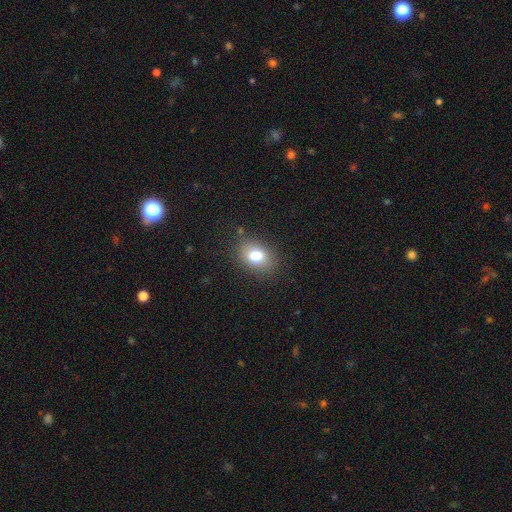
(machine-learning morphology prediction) smooth 78%, featured or disk 12%, star or artifact 11%. Down the decision tree: how rounded — in between (72%); merging — none (80%).